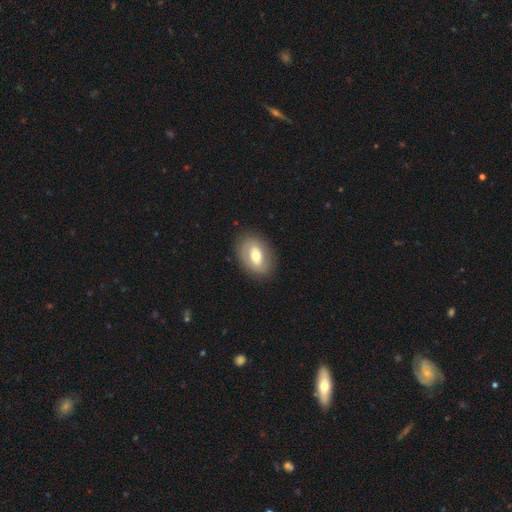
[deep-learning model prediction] Overall: smooth (58%; featured or disk 35%). How rounded: in between (81%). Merging: none (84%).